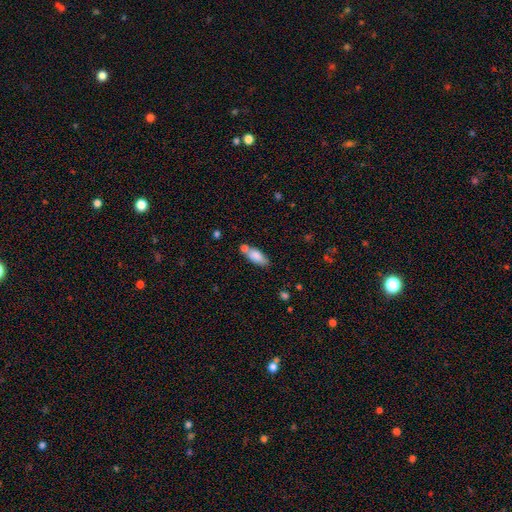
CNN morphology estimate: Smooth or featured? smooth (81%)
How rounded? in between (75%)
Merging? none (53%)